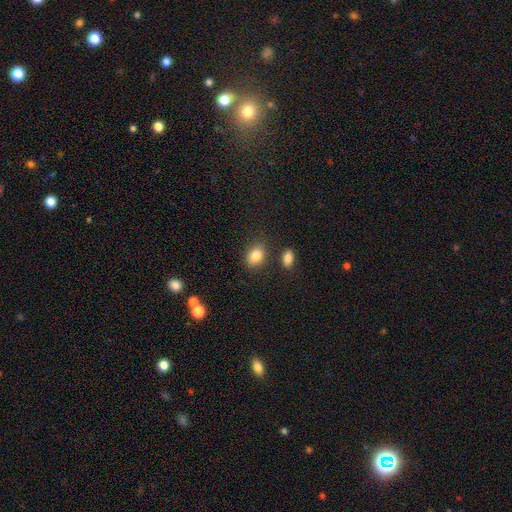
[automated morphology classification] smooth 84%, star or artifact 9%, featured or disk 7%. Down the decision tree: how rounded — in between (79%); merging — none (78%).